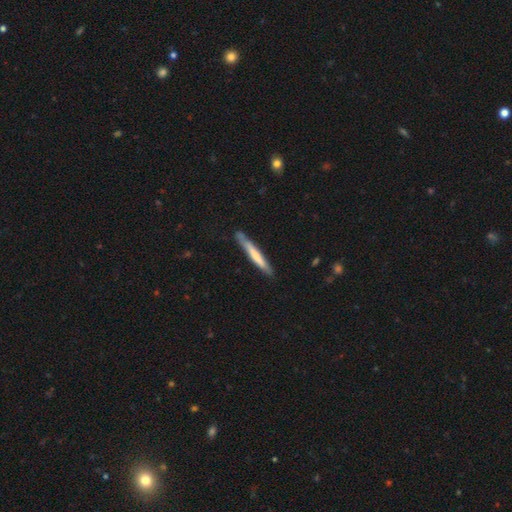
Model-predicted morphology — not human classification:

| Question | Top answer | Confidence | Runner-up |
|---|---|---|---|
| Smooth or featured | smooth | 59% | featured or disk (36%) |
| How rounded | cigar-shaped | 96% | in between (3%) |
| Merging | none | 82% | minor disturbance (14%) |